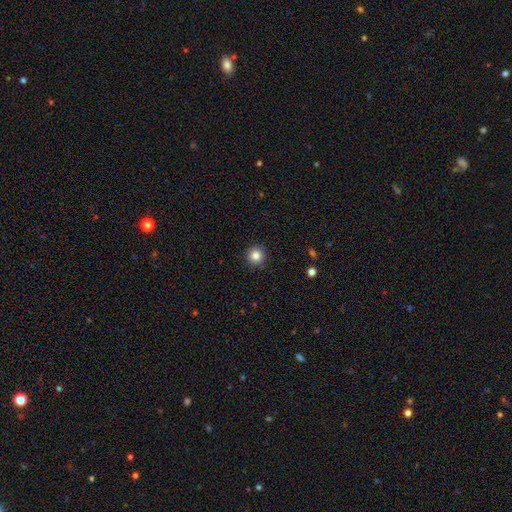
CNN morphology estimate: A smooth galaxy with no disk features (84%) that is round (95%). Merging: none (92%).